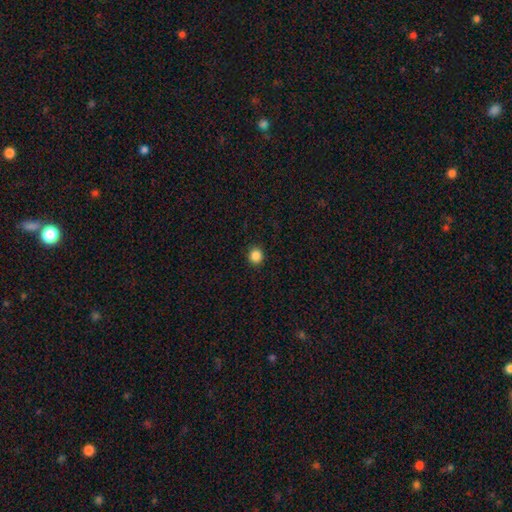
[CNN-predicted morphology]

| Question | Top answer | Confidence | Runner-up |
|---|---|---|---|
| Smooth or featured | smooth | 86% | star or artifact (11%) |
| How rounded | round | 89% | in between (10%) |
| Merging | none | 92% | minor disturbance (5%) |